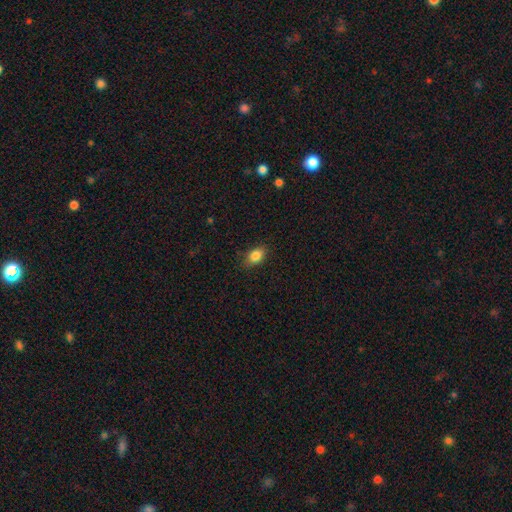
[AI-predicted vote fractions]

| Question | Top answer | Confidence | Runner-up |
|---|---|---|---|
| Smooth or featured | smooth | 85% | star or artifact (9%) |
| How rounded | in between | 82% | round (16%) |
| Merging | none | 82% | minor disturbance (14%) |